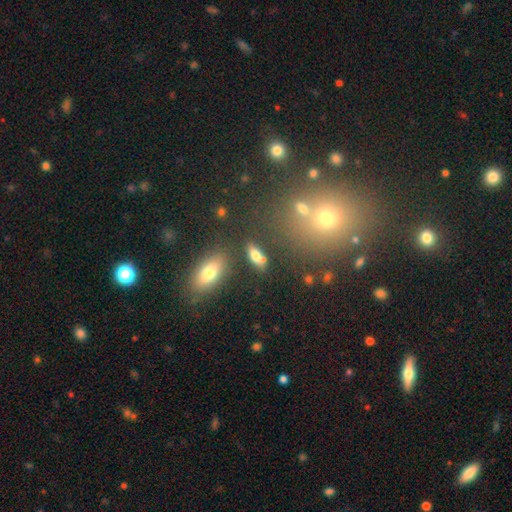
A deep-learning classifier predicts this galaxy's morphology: The model was most divided on "smooth or featured": smooth: 72%, featured or disk: 17%, star or artifact: 11%. More confident: how rounded — in between (80%); merging — none (71%).